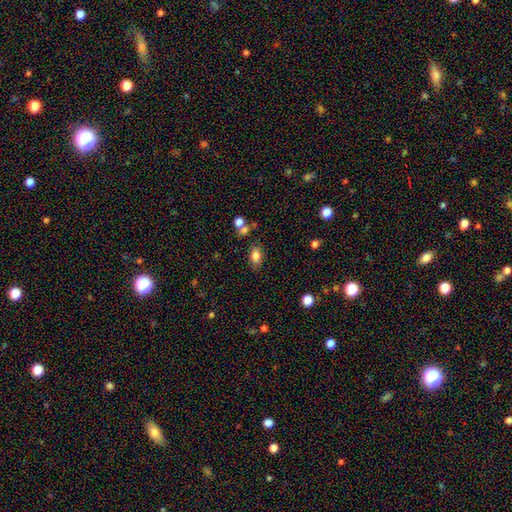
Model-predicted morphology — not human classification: Smooth or featured: smooth — 82% (star or artifact — 10%)
How rounded: in between — 87% (round — 10%)
Merging: none — 76% (minor disturbance — 13%)